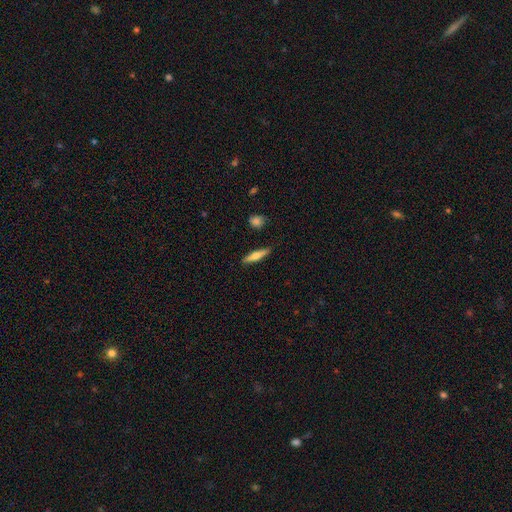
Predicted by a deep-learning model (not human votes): This appears to be a smooth galaxy with no disk features (55%) that is cigar-shaped (79%). Merging: none (88%).